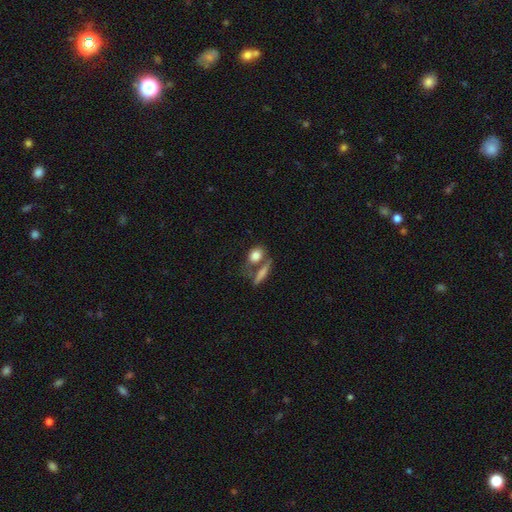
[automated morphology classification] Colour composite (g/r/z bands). It shows a smooth galaxy with no disk features (79%) that is in between round and cigar-shaped (62%). Merging: none (49%).